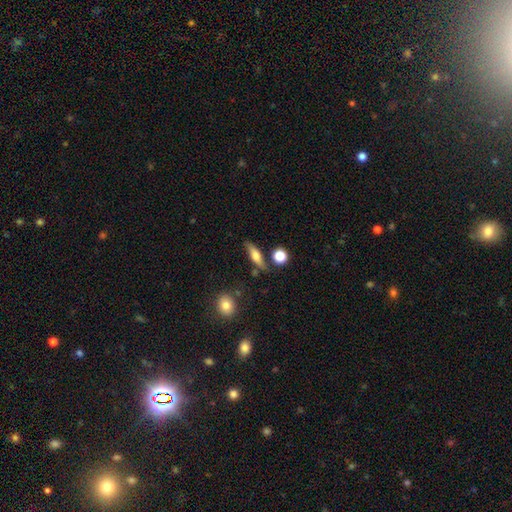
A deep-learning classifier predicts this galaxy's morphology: This appears to be a smooth galaxy with no disk features (54%) that is cigar-shaped (55%). Merging: none (75%).